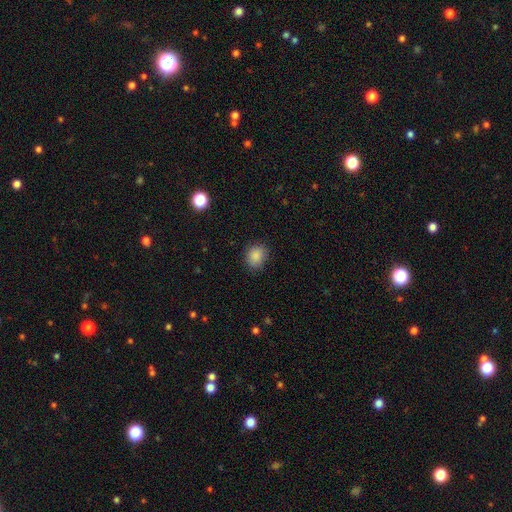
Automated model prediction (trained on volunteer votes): smooth-or-featured: smooth: 86% | star or artifact: 10% | featured or disk: 4%
  how-rounded: round: 65% | in between: 34% | cigar-shaped: 1%
  merging: none: 83% | minor disturbance: 13% | major disturbance: 3% | merger: 1%